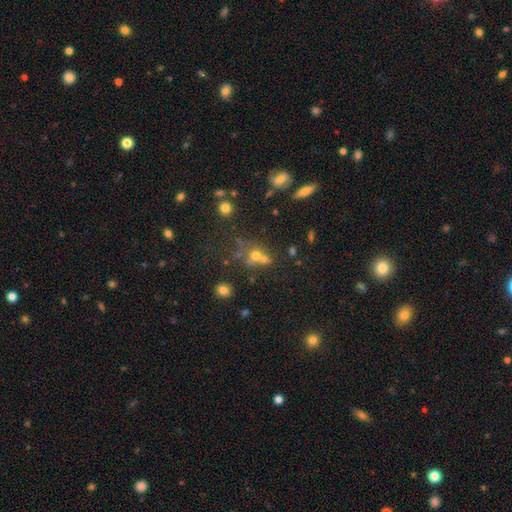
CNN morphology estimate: Smooth or featured? Predicted: smooth (p=0.61). How rounded? Predicted: round (p=0.79). Merging? Predicted: merger (p=0.44).